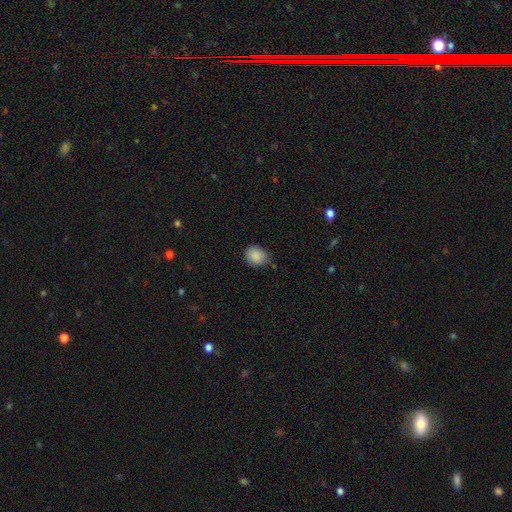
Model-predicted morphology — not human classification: This appears to be a smooth galaxy with no disk features (88%) that is round (54%). Merging: none (69%).